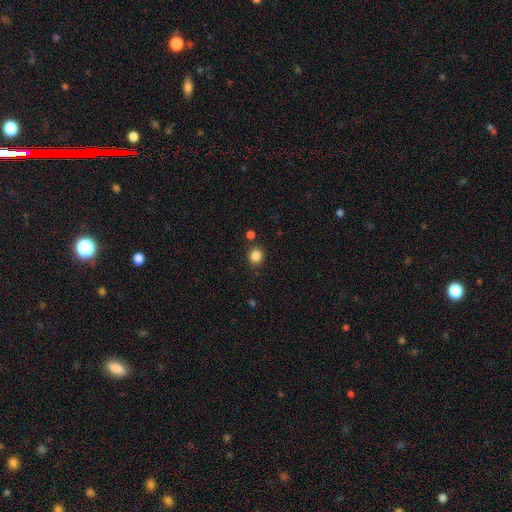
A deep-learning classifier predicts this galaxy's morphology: smooth_or_featured: smooth (p=0.85) [alt: star or artifact p=0.11]
how_rounded: round (p=0.77) [alt: in between p=0.22]
merging: none (p=0.84) [alt: minor disturbance p=0.08]